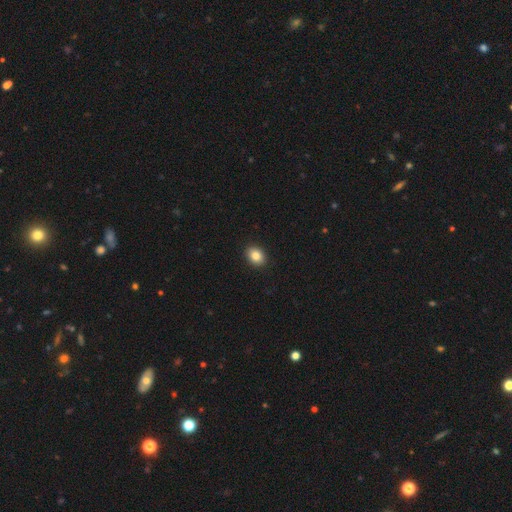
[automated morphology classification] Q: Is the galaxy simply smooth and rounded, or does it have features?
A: smooth — 85%.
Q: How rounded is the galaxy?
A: in between — 59%.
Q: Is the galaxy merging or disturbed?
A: none — 91%.